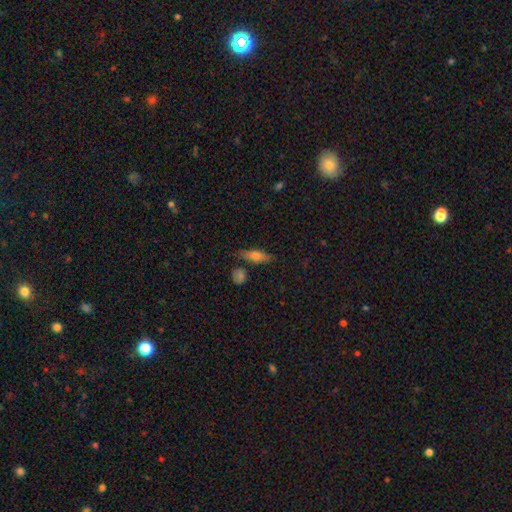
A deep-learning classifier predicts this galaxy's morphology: A smooth galaxy with no disk features (66%) that is in between round and cigar-shaped (58%).

Vote fractions:
- Smooth or featured? smooth: 66% / featured or disk: 26% / star or artifact: 8%
- How rounded? in between: 58% / cigar-shaped: 39% / round: 4%
- Merging? none: 73% / minor disturbance: 17% / merger: 6% / major disturbance: 4%